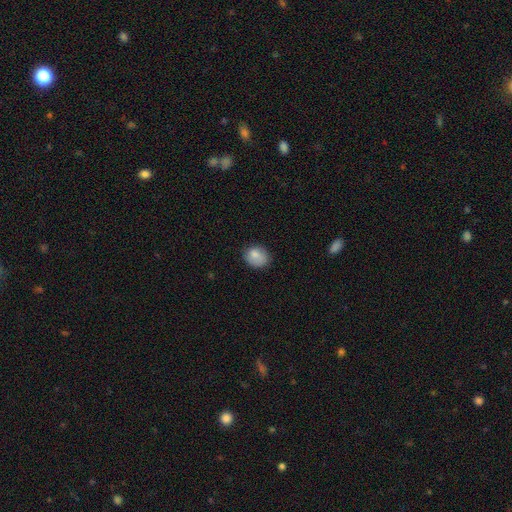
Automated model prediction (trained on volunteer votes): Smooth or featured: smooth — 82% (featured or disk — 10%)
How rounded: round — 54% (in between — 46%)
Merging: none — 71% (minor disturbance — 21%)